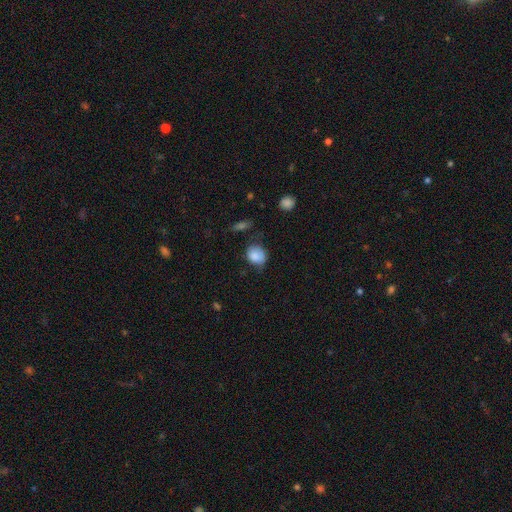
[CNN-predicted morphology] smooth_or_featured: smooth (p=0.84) [alt: star or artifact p=0.08]
how_rounded: round (p=0.59) [alt: in between p=0.39]
merging: none (p=0.53) [alt: minor disturbance p=0.33]